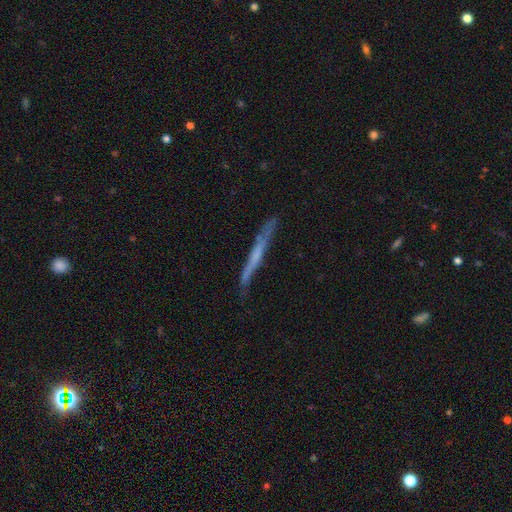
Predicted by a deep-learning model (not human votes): A featured or disk galaxy (55%) viewed edge-on (94%) with no central bulge (74%). Merging: none (79%).